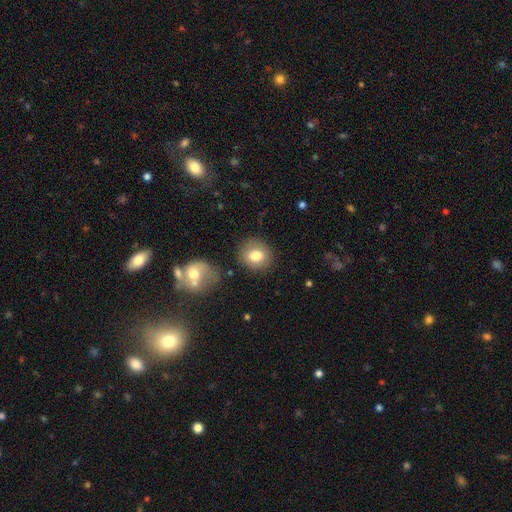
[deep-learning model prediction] Smooth or featured? Predicted: smooth (p=0.79). How rounded? Predicted: round (p=0.77). Merging? Predicted: none (p=0.82).